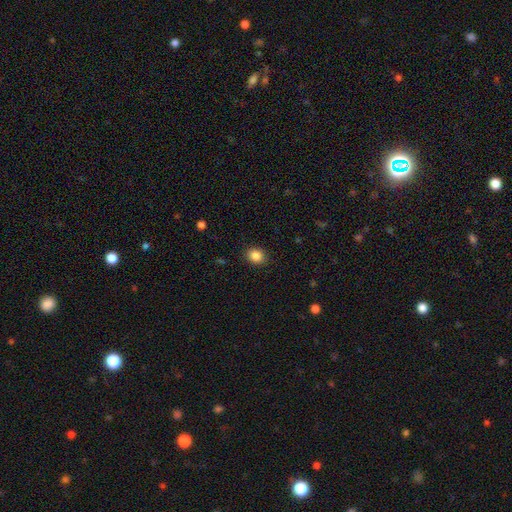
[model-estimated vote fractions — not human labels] Morphology: type=smooth (86%); roundness=round (62%); merging=none (89%).